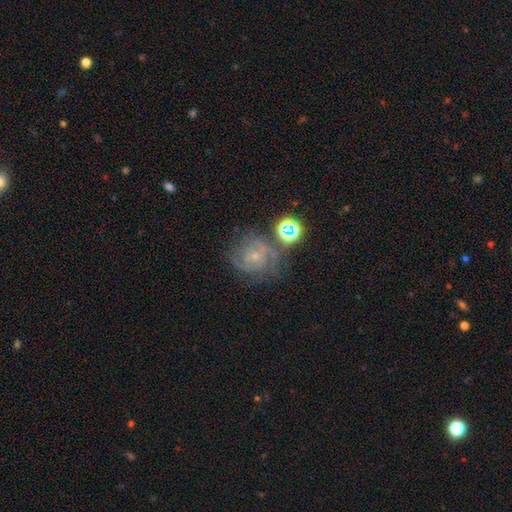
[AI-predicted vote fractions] featured or disk 66%, star or artifact 17%, smooth 17%. Down the decision tree: edge-on disk — no (97%); bar — no (68%); spiral arms — yes (90%); spiral arm count — can't tell (38%); spiral winding — tight (55%); bulge size — small (75%); merging — none (62%).